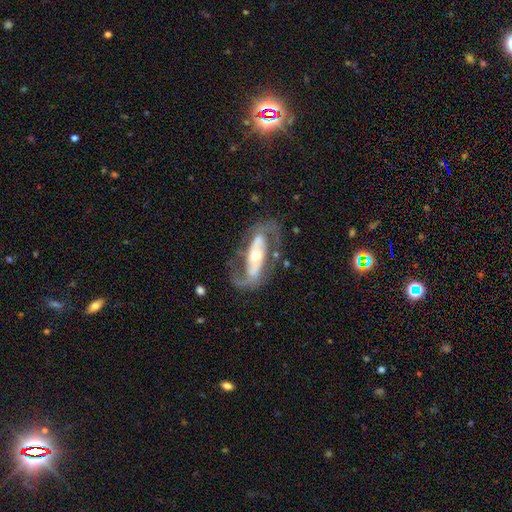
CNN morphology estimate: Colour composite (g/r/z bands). It shows a featured or disk galaxy (88%) with a strong bar (49%), 2 (90%) medium (49%) spiral arms (92%) and a moderate central bulge (56%). Merging: none (72%).